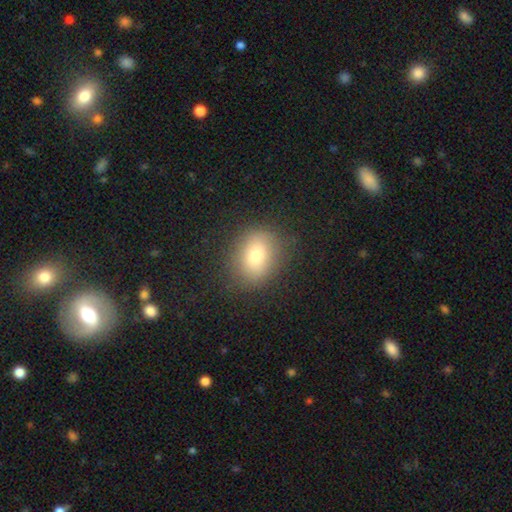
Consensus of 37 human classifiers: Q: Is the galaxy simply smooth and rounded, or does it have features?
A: smooth — 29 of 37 (78%).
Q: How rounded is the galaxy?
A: in between — 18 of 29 (62%).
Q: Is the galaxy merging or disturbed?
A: none — 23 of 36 (64%).